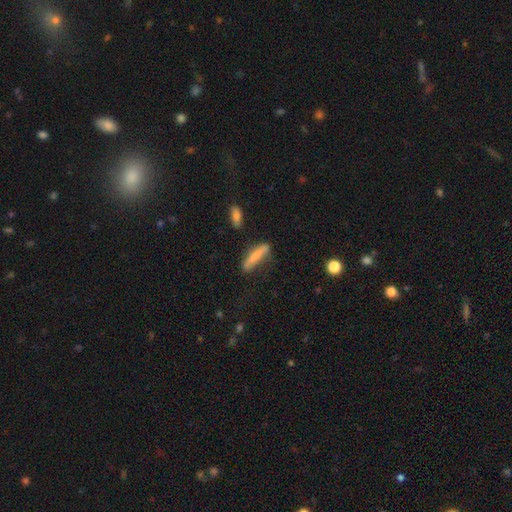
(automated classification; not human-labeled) smooth 75%, featured or disk 18%, star or artifact 7%. Down the decision tree: how rounded — cigar-shaped (85%); merging — none (70%).